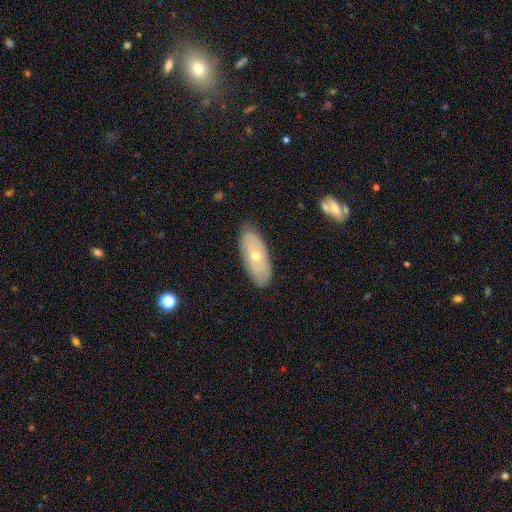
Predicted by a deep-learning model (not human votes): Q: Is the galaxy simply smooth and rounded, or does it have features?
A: featured or disk — 53%.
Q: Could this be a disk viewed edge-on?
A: no — 80%.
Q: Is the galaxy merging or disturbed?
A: none — 82%.